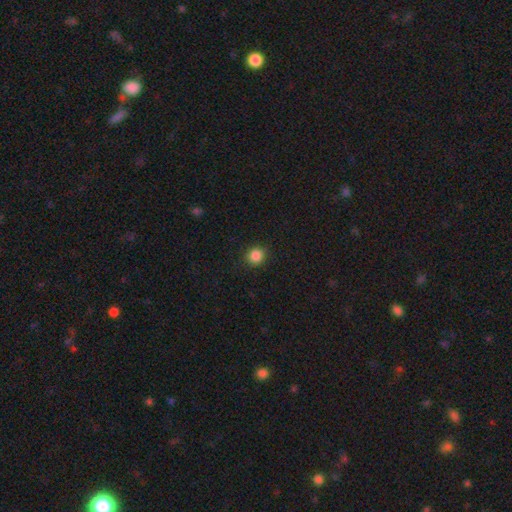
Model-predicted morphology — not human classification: A smooth galaxy with no disk features (86%) that is round (90%). Merging: none (89%).